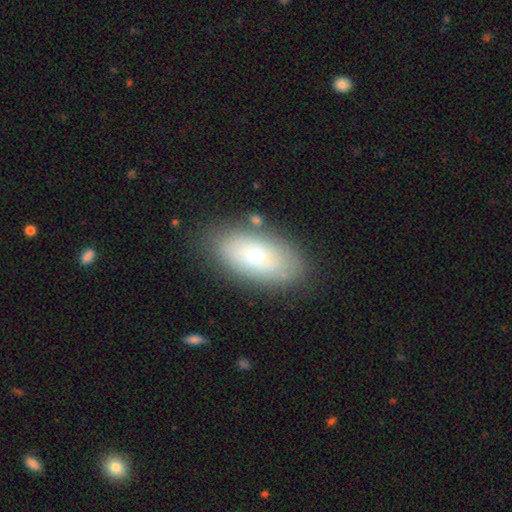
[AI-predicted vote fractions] A smooth galaxy with no disk features (61%) that is in between round and cigar-shaped (90%).

Vote fractions:
- Smooth or featured? smooth: 61% / featured or disk: 30% / star or artifact: 9%
- How rounded? in between: 90% / round: 6% / cigar-shaped: 3%
- Merging? none: 79% / minor disturbance: 13% / major disturbance: 4% / merger: 4%